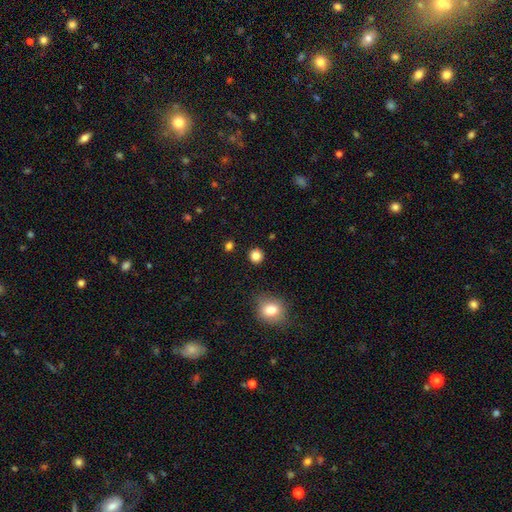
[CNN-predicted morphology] Smooth or featured? smooth (84%)
How rounded? round (92%)
Merging? none (90%)